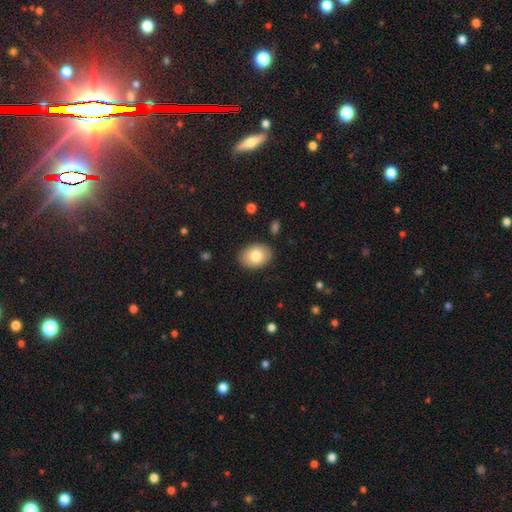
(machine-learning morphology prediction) type=smooth (80%); roundness=in between (75%); merging=none (88%).